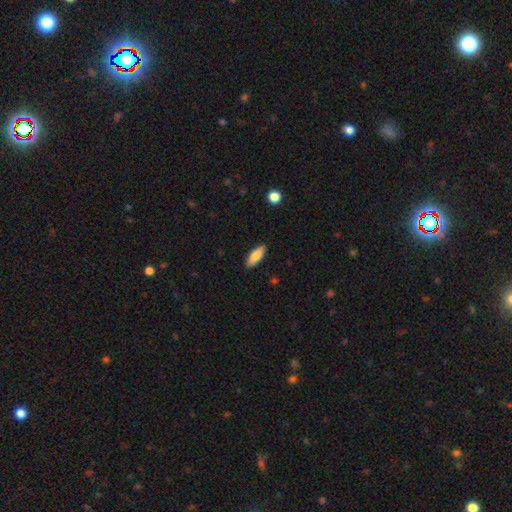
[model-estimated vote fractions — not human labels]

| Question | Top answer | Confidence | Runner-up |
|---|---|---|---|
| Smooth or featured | smooth | 84% | featured or disk (10%) |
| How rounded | in between | 71% | cigar-shaped (28%) |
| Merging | none | 89% | minor disturbance (8%) |